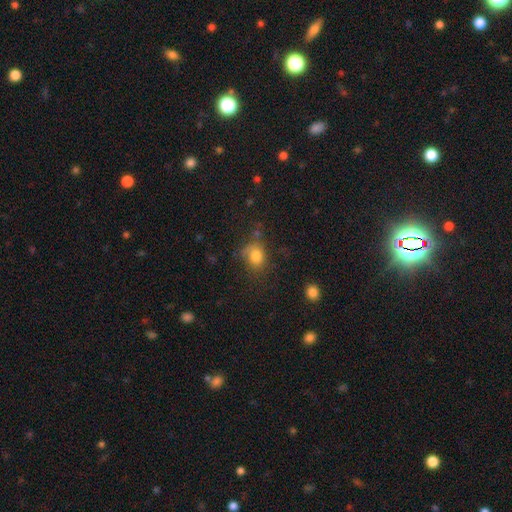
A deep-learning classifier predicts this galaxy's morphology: Smooth or featured? smooth (80%)
How rounded? round (52%)
Merging? none (57%)